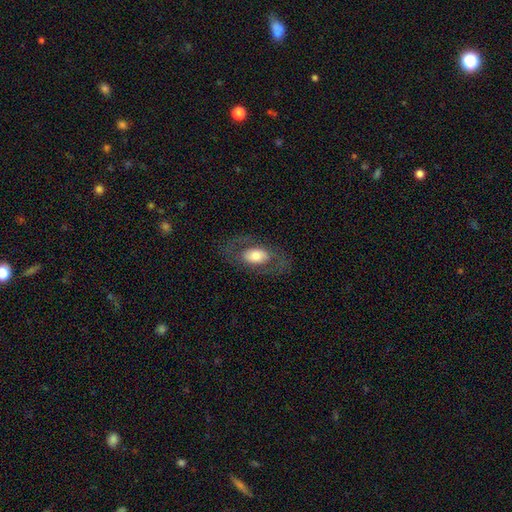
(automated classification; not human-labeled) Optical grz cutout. It shows a smooth galaxy with no disk features (52%) that is in between round and cigar-shaped (88%). Merging: none (75%).